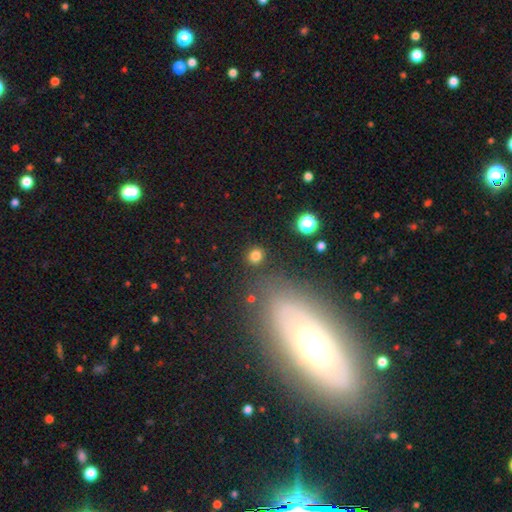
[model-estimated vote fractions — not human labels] A smooth galaxy with no disk features (81%) that is round (82%). Merging: none (87%).